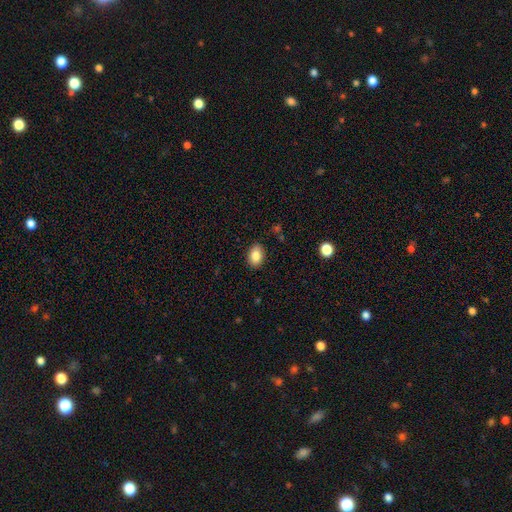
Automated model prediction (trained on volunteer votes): Morphology: type=smooth (84%); roundness=in between (79%); merging=none (87%).